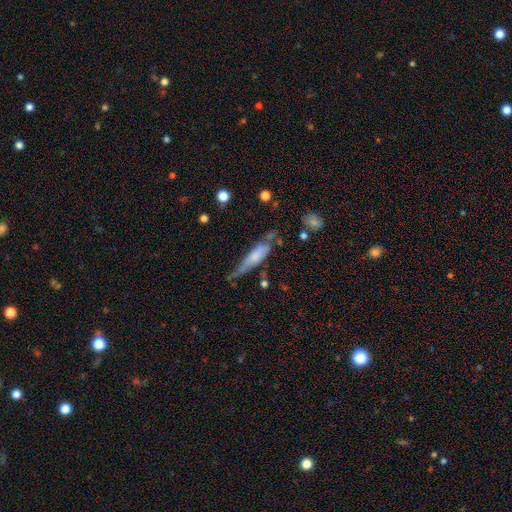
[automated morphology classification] type=smooth (59%); roundness=cigar-shaped (70%); merging=none (38%).